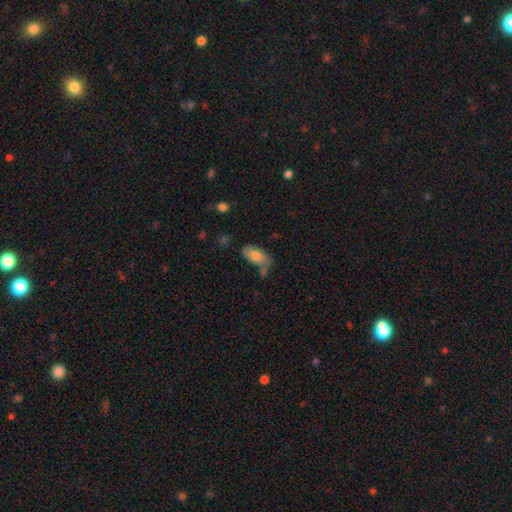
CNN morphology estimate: Smooth or featured?
  - smooth: 77% *
  - featured or disk: 16%
  - star or artifact: 8%
How rounded?
  - in between: 91% *
  - cigar-shaped: 5%
  - round: 4%
Merging?
  - none: 52% *
  - minor disturbance: 24%
  - merger: 15%
  - major disturbance: 9%